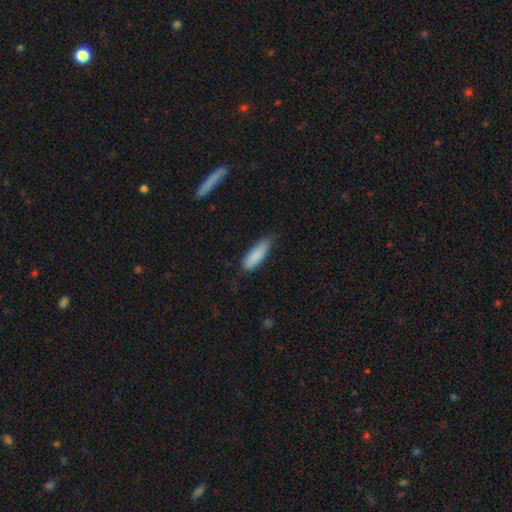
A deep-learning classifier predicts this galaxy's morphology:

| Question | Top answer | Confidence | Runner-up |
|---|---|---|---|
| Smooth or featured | smooth | 88% | featured or disk (7%) |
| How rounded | in between | 50% | cigar-shaped (48%) |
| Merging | none | 74% | minor disturbance (21%) |